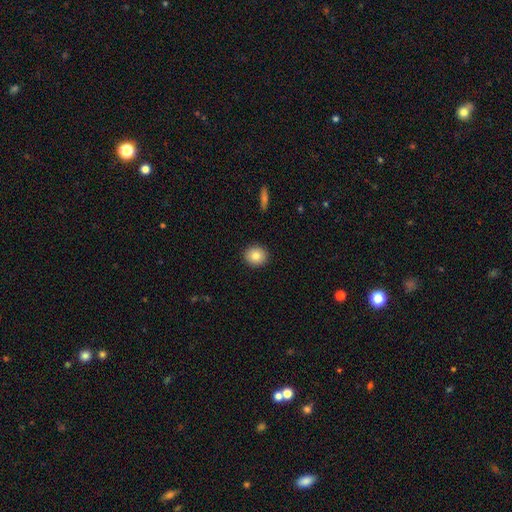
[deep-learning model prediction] smooth_or_featured: smooth (p=0.83) [alt: star or artifact p=0.09]
how_rounded: round (p=0.83) [alt: in between p=0.16]
merging: none (p=0.92) [alt: minor disturbance p=0.06]